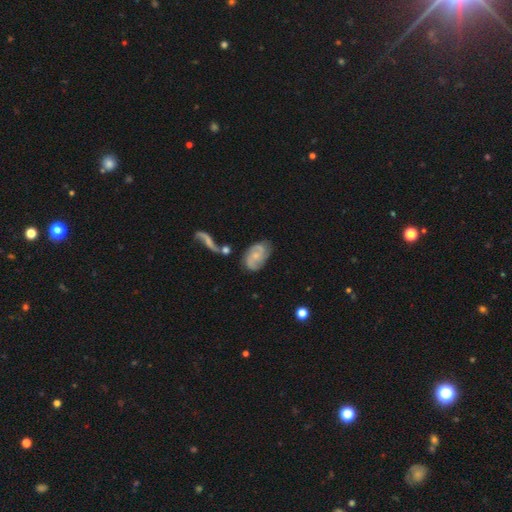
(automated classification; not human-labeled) A featured or disk galaxy (77%) with no bar (67%), 2 (67%) medium (45%) spiral arms (93%) and a small central bulge (63%). Merging: none (64%).